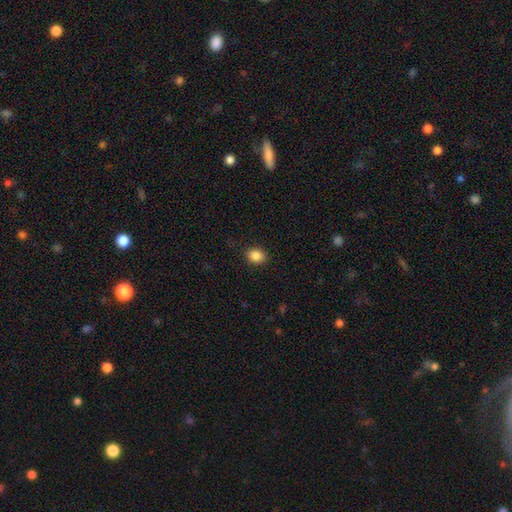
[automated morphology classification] Smooth or featured? smooth (86%)
How rounded? round (51%)
Merging? none (87%)